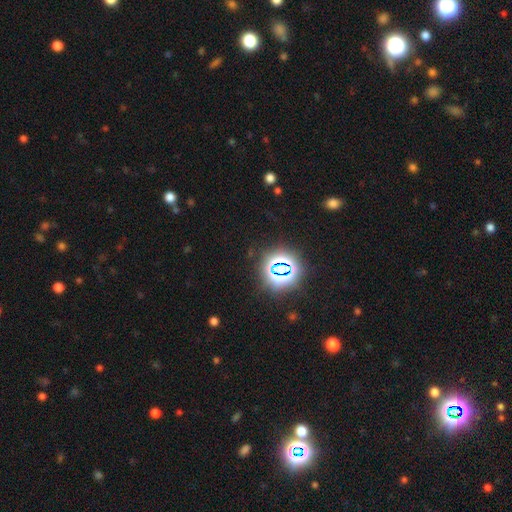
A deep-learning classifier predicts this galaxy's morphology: This is likely a star or artifact rather than a galaxy (79%).